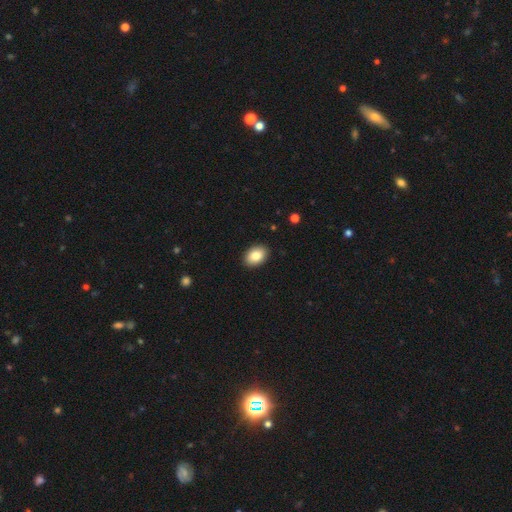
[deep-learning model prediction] A smooth galaxy with no disk features (86%) that is in between round and cigar-shaped (86%). Merging: none (90%).